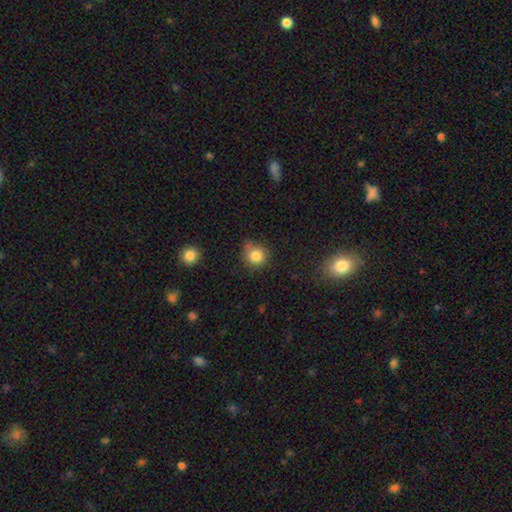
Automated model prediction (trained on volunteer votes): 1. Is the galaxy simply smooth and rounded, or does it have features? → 83% smooth, 11% star or artifact, 6% featured or disk.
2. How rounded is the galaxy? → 88% round, 12% in between, 1% cigar-shaped.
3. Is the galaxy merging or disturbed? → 66% none, 23% minor disturbance, 6% major disturbance, 5% merger.